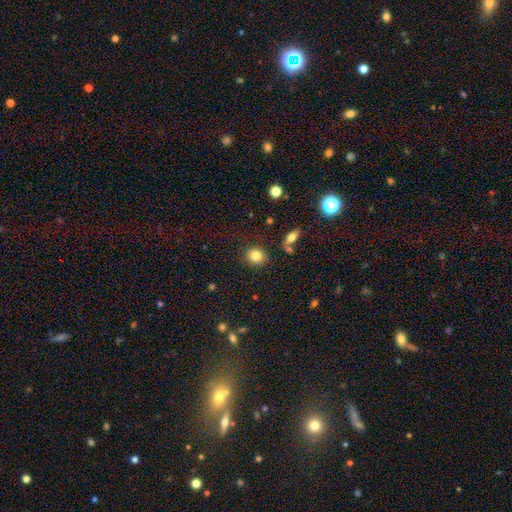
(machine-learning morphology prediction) This appears to be a smooth galaxy with no disk features (83%) that is round (73%). Merging: none (84%).